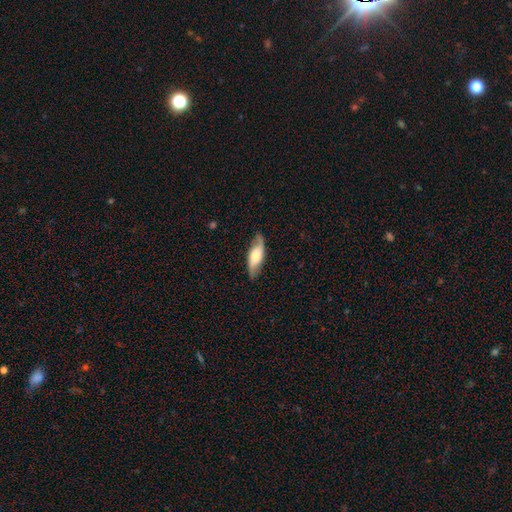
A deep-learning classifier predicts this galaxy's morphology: Smooth or featured? Predicted: featured or disk (p=0.51). Edge-on disk? Predicted: no (p=0.62). Merging? Predicted: none (p=0.80).